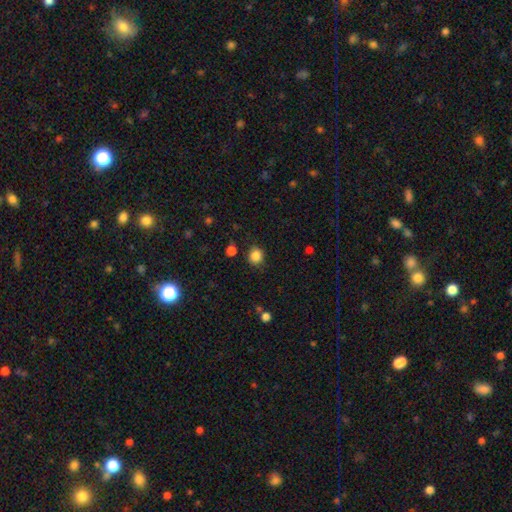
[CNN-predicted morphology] Q: Smooth or featured?
A: smooth (85%); runner-up: star or artifact (11%)
Q: How rounded?
A: round (83%); runner-up: in between (16%)
Q: Merging?
A: none (85%); runner-up: minor disturbance (10%)